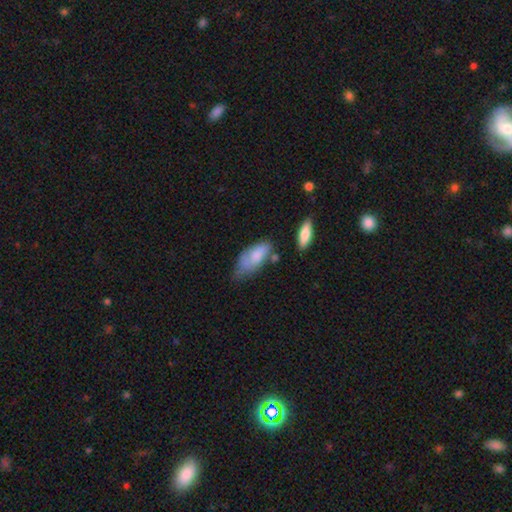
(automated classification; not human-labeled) This is likely a smooth galaxy (75%). How rounded: clearly in between (85%). Merging: marginally minor disturbance (38%).